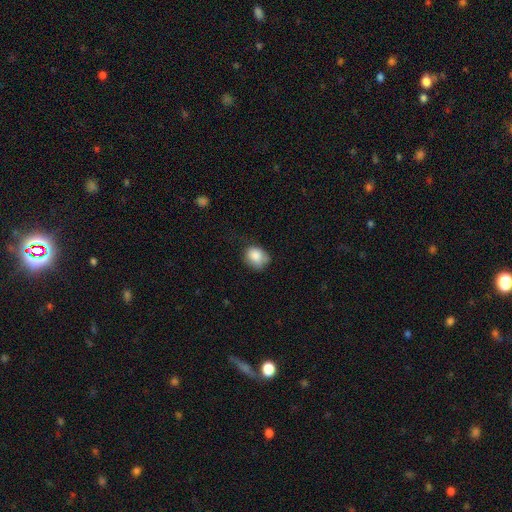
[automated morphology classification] Smooth or featured?
  - smooth: 84% *
  - star or artifact: 8%
  - featured or disk: 8%
How rounded?
  - round: 50% *
  - in between: 49%
  - cigar-shaped: 1%
Merging?
  - none: 54% *
  - minor disturbance: 34%
  - major disturbance: 10%
  - merger: 2%